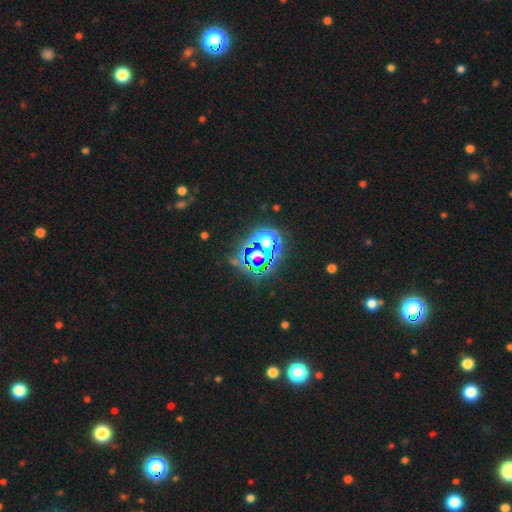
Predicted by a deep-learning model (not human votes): Smooth or featured: star or artifact — 71% (smooth — 15%)